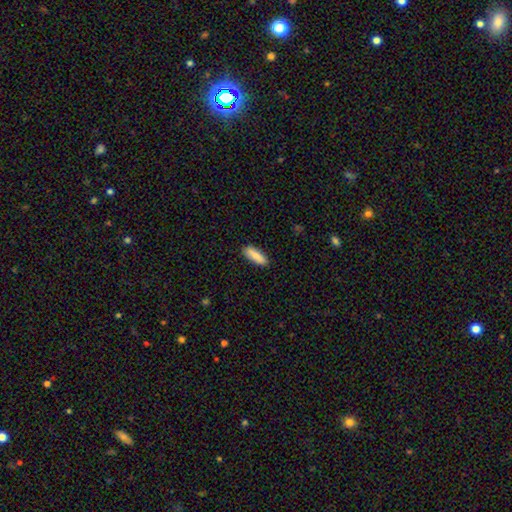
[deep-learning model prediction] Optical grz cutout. It shows a smooth galaxy with no disk features (86%) that is in between round and cigar-shaped (57%). Merging: none (89%).